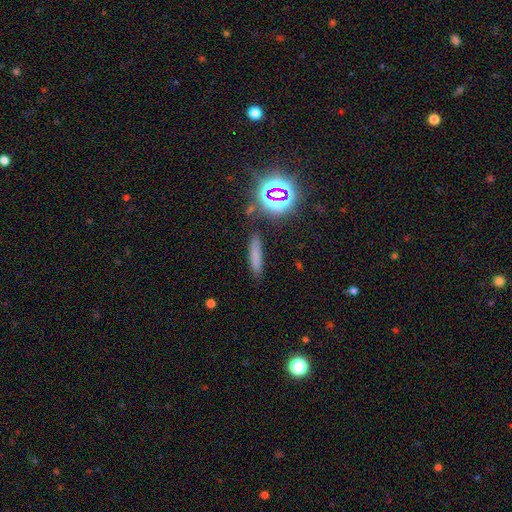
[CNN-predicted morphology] Overall: smooth (68%). How rounded: cigar-shaped (84%). Merging: none (86%).